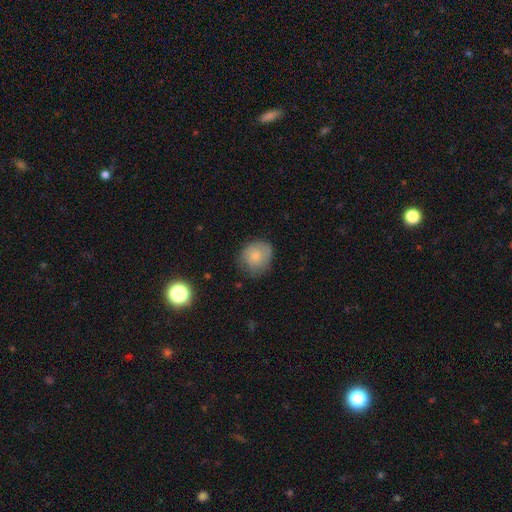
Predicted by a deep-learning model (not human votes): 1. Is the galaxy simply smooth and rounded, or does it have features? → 76% smooth, 16% featured or disk, 8% star or artifact.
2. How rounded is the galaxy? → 75% round, 24% in between, 1% cigar-shaped.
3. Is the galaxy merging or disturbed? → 67% none, 25% minor disturbance, 6% major disturbance, 1% merger.